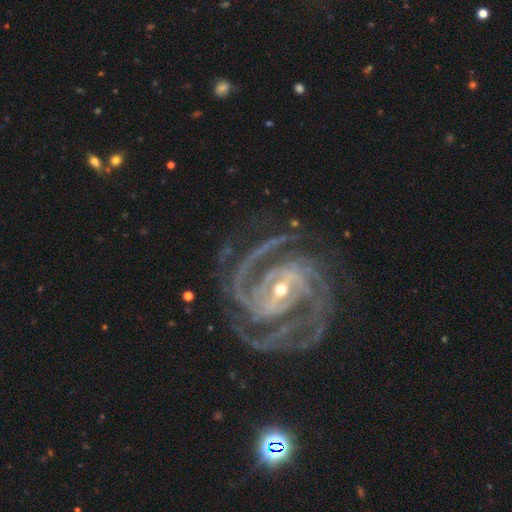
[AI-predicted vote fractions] The model was most divided on "spiral arm count": 3: 30%, 2: 29%, 4: 17%, can't tell: 10%, more than 4: 8%, 1: 7%. More confident: spiral arms — yes (99%); edge-on disk — no (98%); smooth or featured — featured or disk (93%); merging — none (76%); spiral winding — tight (69%); bulge size — small (68%); bar — strong (51%).